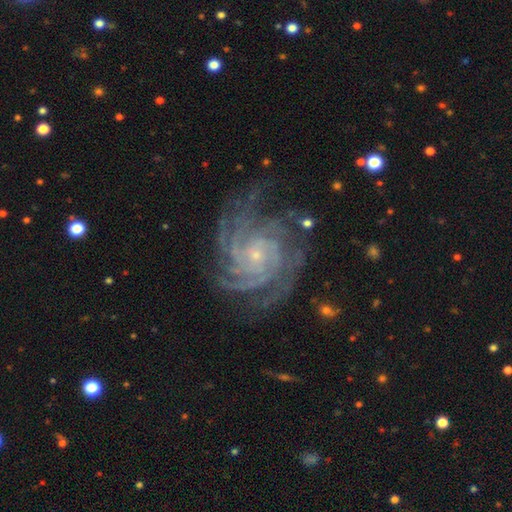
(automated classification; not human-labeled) This is clearly a featured or disk galaxy (92%). It is clearly not viewed edge-on (98%). Bar: likely no (72%). Spiral arm pattern: clearly yes (99%). Spiral arm count: marginally 4 (34%). Spiral winding: likely tight (74%). Central bulge: clearly small (83%). Merging: likely none (73%).